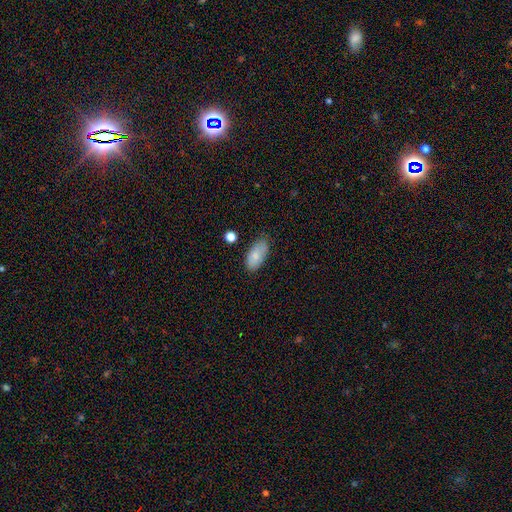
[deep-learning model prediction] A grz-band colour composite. It shows a smooth galaxy with no disk features (81%) that is in between round and cigar-shaped (93%). Merging: none (71%).